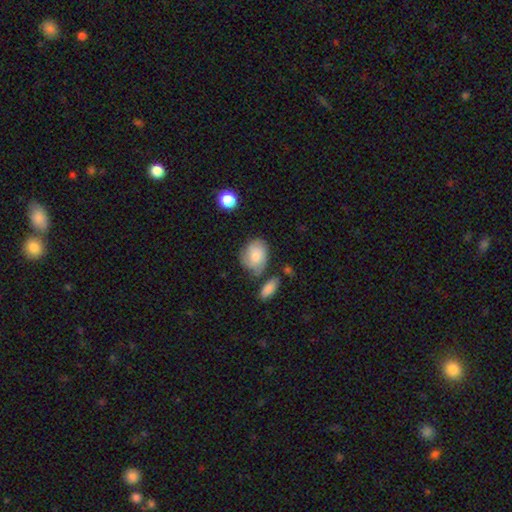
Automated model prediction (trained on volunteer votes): smooth 69%, featured or disk 24%, star or artifact 7%. Down the decision tree: how rounded — in between (58%); merging — none (56%).